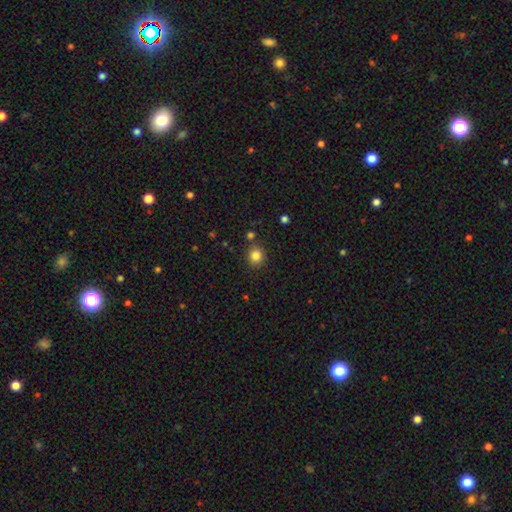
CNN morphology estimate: A smooth galaxy with no disk features (83%) that is round (79%).

Vote fractions:
- Smooth or featured? smooth: 83% / star or artifact: 11% / featured or disk: 6%
- How rounded? round: 79% / in between: 20% / cigar-shaped: 1%
- Merging? none: 83% / minor disturbance: 9% / merger: 5% / major disturbance: 3%